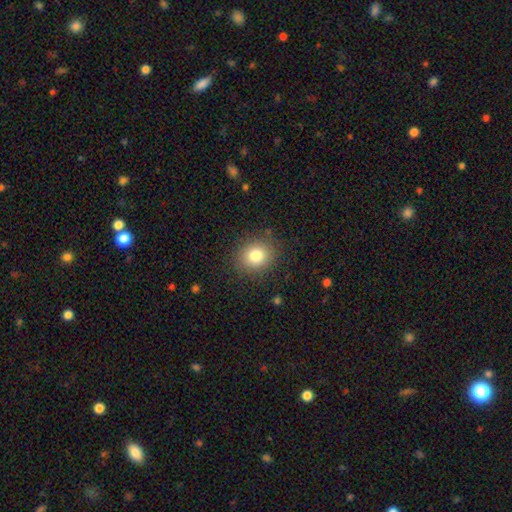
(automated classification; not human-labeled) Morphology: type=smooth (81%); roundness=round (74%); merging=none (86%).